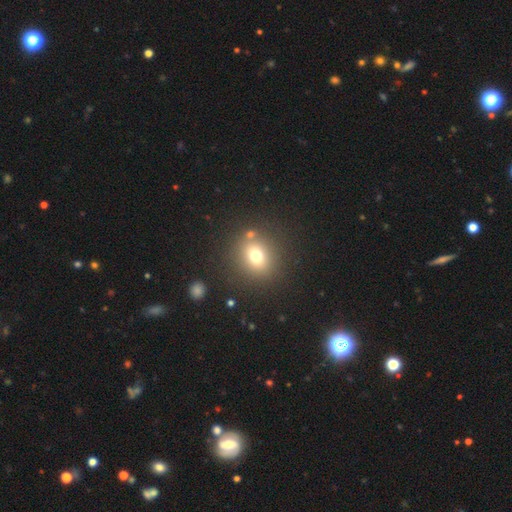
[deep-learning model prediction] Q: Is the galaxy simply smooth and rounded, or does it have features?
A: smooth — 72%.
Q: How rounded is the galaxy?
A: round — 72%.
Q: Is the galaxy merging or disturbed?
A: none — 81%.